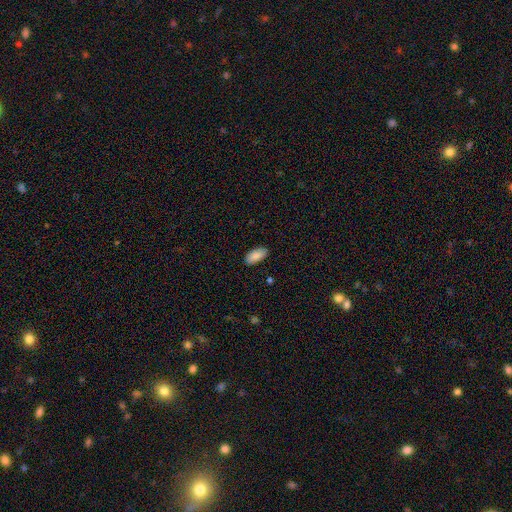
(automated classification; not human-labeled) Smooth or featured?
  - smooth: 89% *
  - star or artifact: 6%
  - featured or disk: 5%
How rounded?
  - in between: 92% *
  - cigar-shaped: 6%
  - round: 2%
Merging?
  - none: 87% *
  - minor disturbance: 10%
  - major disturbance: 2%
  - merger: 1%